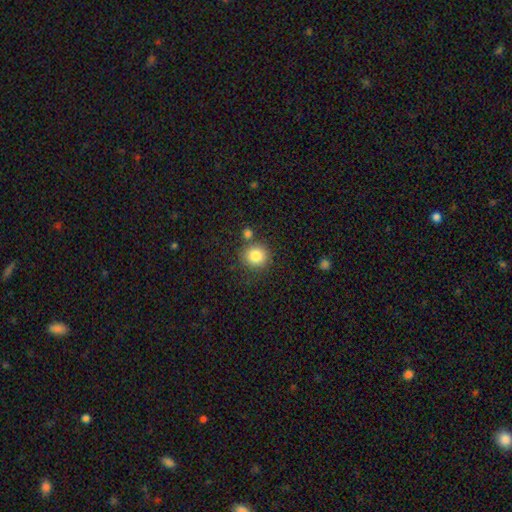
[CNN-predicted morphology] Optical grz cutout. It shows a smooth galaxy with no disk features (85%) that is round (90%). Merging: none (76%).